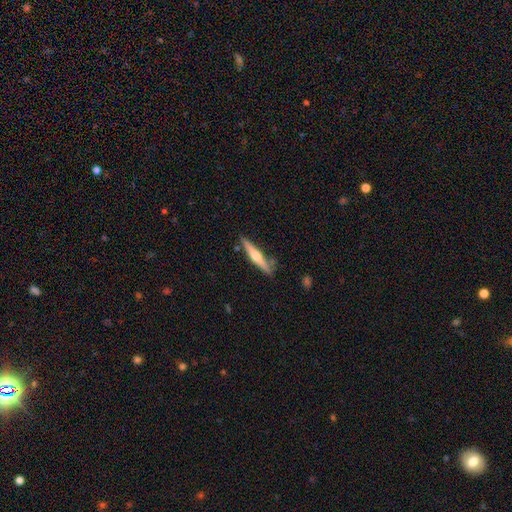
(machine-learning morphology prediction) Smooth or featured: featured or disk — 61% (smooth — 34%)
Edge-on disk: yes — 97% (no — 3%)
Edge-on bulge: rounded — 89% (none — 7%)
Merging: none — 83% (minor disturbance — 12%)